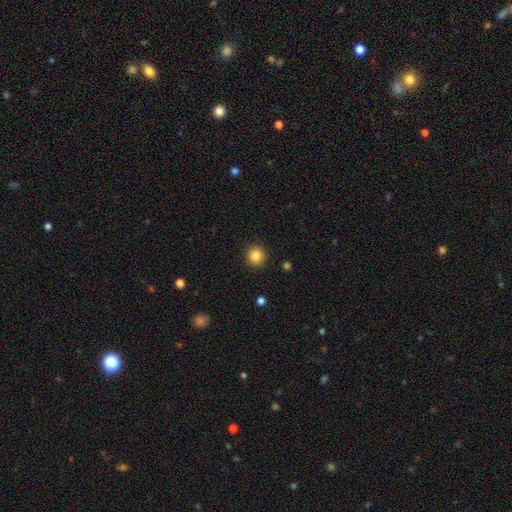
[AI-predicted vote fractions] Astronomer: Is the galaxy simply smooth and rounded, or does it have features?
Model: smooth — 85%.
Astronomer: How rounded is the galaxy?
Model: round — 90%.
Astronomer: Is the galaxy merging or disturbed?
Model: none — 91%.